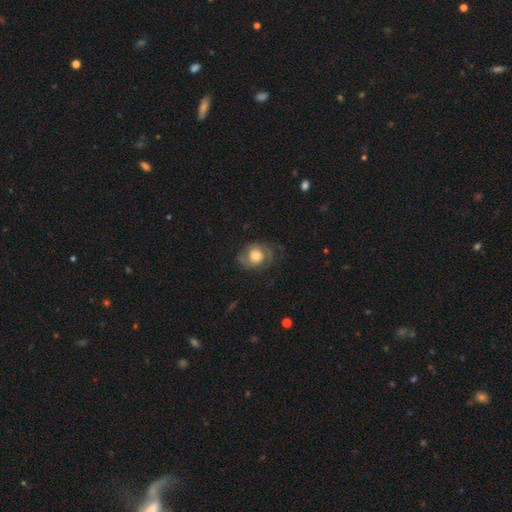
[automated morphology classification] Q: Smooth or featured?
A: featured or disk (62%); runner-up: smooth (30%)
Q: Edge-on disk?
A: no (97%); runner-up: yes (3%)
Q: Bar?
A: no (75%); runner-up: weak (21%)
Q: Spiral arms?
A: yes (87%); runner-up: no (13%)
Q: Spiral winding?
A: medium (43%); runner-up: tight (35%)
Q: Spiral arm count?
A: 2 (69%); runner-up: can't tell (12%)
Q: Bulge size?
A: moderate (55%); runner-up: large (30%)
Q: Merging?
A: none (60%); runner-up: minor disturbance (22%)